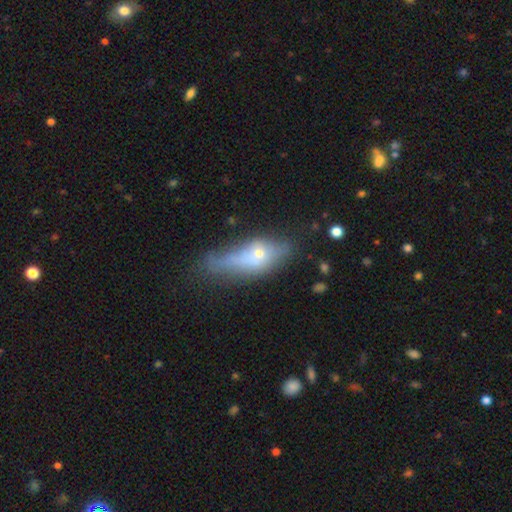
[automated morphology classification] Overall: smooth (49%; featured or disk 41%). Merging: major disturbance (32%; none 30%).